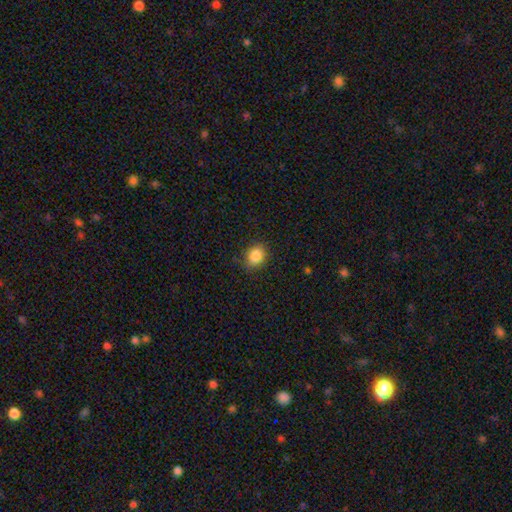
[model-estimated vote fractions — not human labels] smooth_or_featured: smooth (p=0.86) [alt: star or artifact p=0.10]
how_rounded: in between (p=0.52) [alt: round p=0.47]
merging: none (p=0.85) [alt: minor disturbance p=0.11]